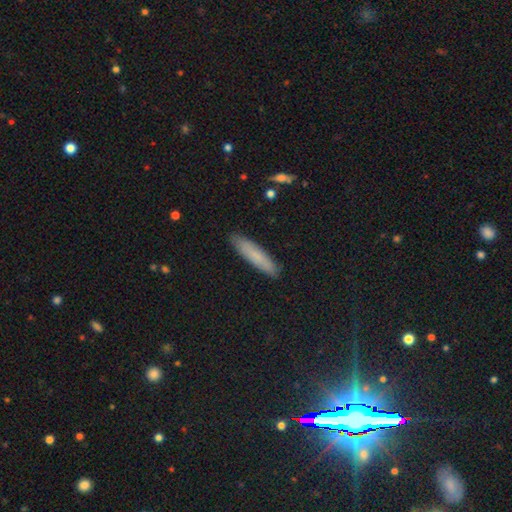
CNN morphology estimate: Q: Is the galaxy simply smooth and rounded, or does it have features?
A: smooth — 77%.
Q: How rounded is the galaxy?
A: cigar-shaped — 83%.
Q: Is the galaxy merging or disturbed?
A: none — 89%.